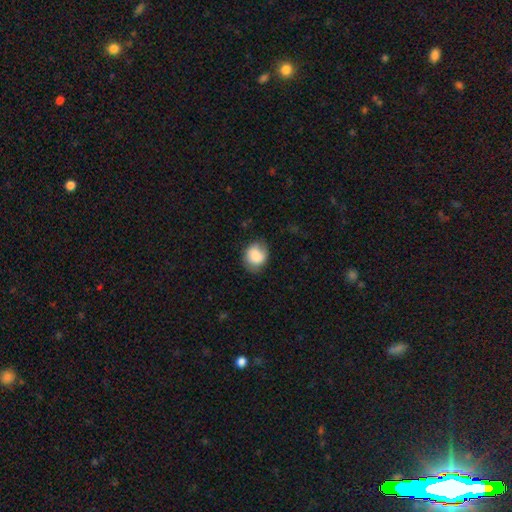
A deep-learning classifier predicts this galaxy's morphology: The model was most divided on "how rounded": round: 64%, in between: 35%, cigar-shaped: 1%. More confident: smooth or featured — smooth (79%); merging — none (71%).